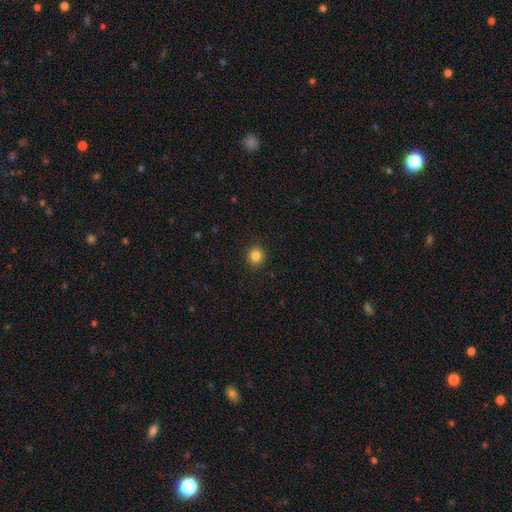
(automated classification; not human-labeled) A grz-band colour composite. It shows a smooth galaxy with no disk features (85%) that is round (89%). Merging: none (92%).